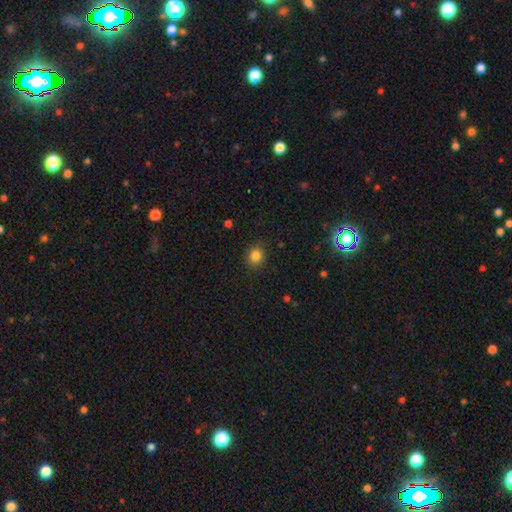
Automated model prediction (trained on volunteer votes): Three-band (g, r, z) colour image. It shows a smooth galaxy with no disk features (84%) that is round (81%). Merging: none (88%).